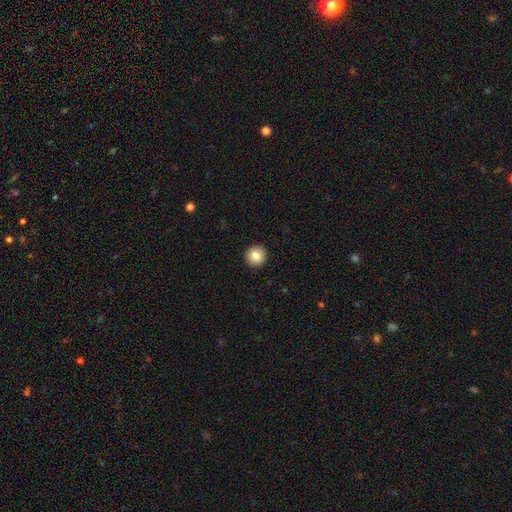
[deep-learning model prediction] Smooth or featured: smooth — 84% (star or artifact — 9%)
How rounded: round — 96% (in between — 3%)
Merging: none — 94% (minor disturbance — 4%)